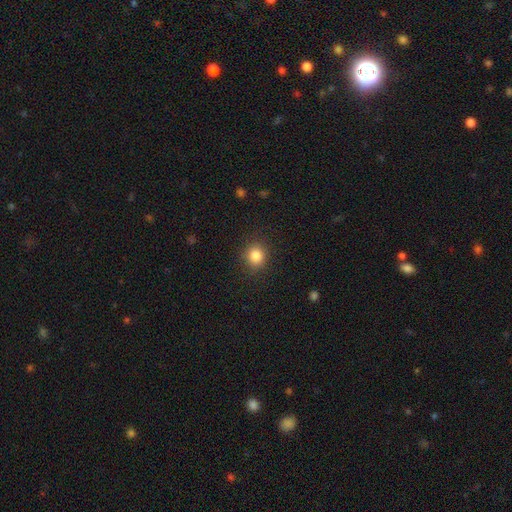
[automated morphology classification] Smooth or featured: smooth — 85% (star or artifact — 10%)
How rounded: round — 83% (in between — 16%)
Merging: none — 88% (minor disturbance — 8%)